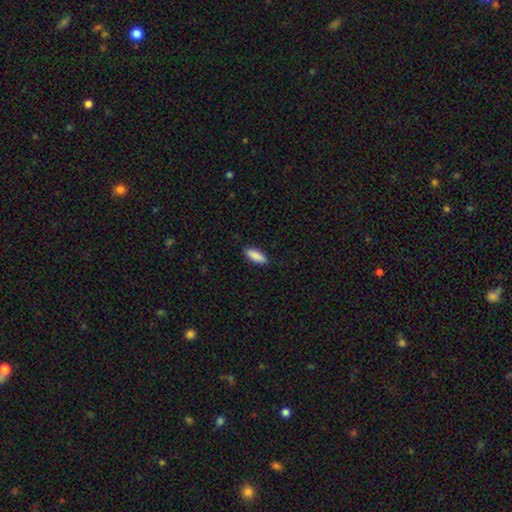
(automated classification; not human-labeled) smooth_or_featured: smooth (p=0.89) [alt: star or artifact p=0.06]
how_rounded: in between (p=0.65) [alt: cigar-shaped p=0.33]
merging: none (p=0.88) [alt: minor disturbance p=0.09]